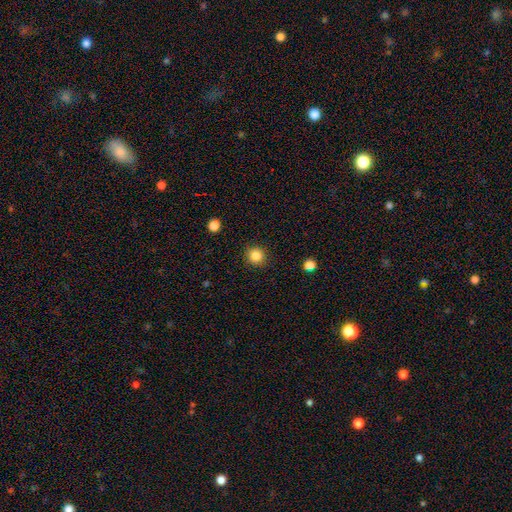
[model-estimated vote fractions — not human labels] smooth-or-featured: smooth: 85% | star or artifact: 11% | featured or disk: 4%
  how-rounded: round: 93% | in between: 6% | cigar-shaped: 1%
  merging: none: 91% | minor disturbance: 6% | major disturbance: 2% | merger: 1%